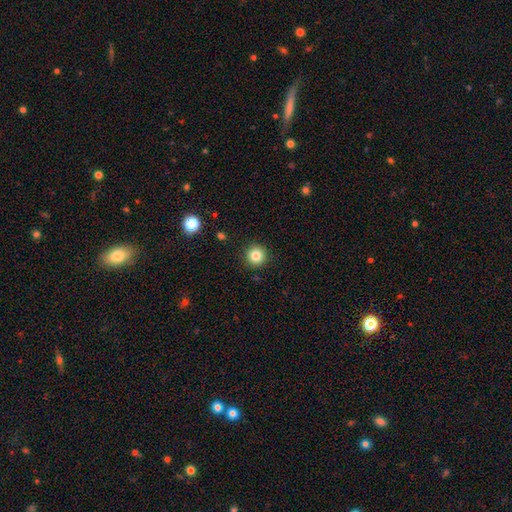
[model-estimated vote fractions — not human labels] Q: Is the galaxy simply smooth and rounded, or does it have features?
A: smooth — 83%.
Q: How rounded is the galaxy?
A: round — 95%.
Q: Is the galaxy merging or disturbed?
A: none — 92%.